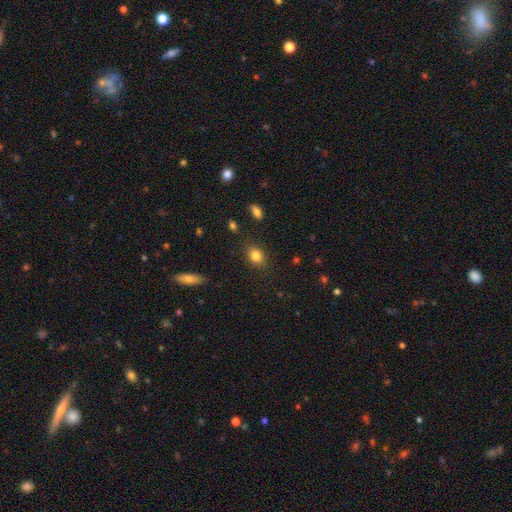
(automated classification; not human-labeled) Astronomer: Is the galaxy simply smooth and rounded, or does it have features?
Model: smooth — 83%.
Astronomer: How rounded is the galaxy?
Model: in between — 57% (runner-up: round, 41%).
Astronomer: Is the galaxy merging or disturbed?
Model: none — 83%.